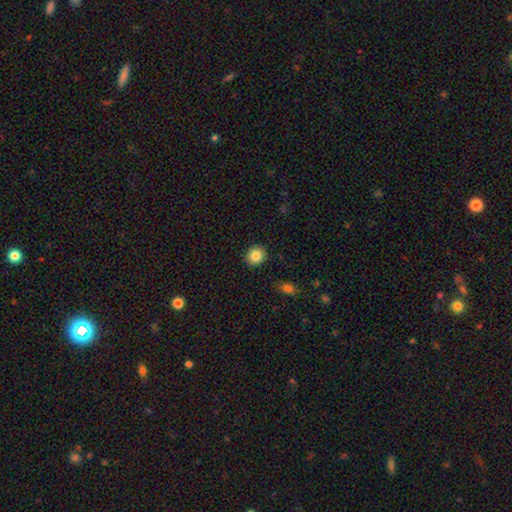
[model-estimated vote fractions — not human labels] The model was most divided on "how rounded": round: 84%, in between: 15%, cigar-shaped: 1%. More confident: merging — none (91%); smooth or featured — smooth (85%).